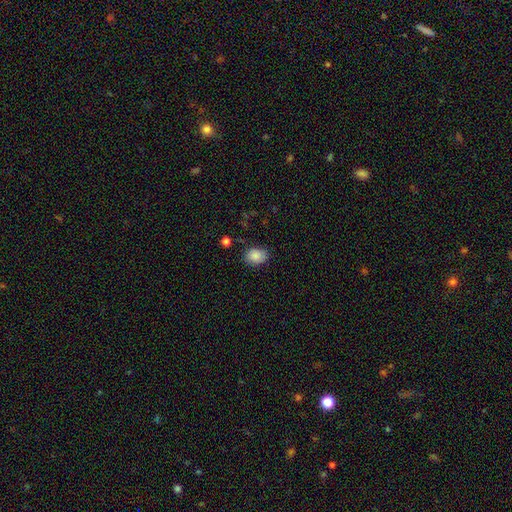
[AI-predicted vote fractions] A smooth galaxy with no disk features (86%) that is in between round and cigar-shaped (65%).

Vote fractions:
- Smooth or featured? smooth: 86% / star or artifact: 8% / featured or disk: 6%
- How rounded? in between: 65% / round: 34% / cigar-shaped: 1%
- Merging? none: 81% / minor disturbance: 14% / major disturbance: 3% / merger: 2%